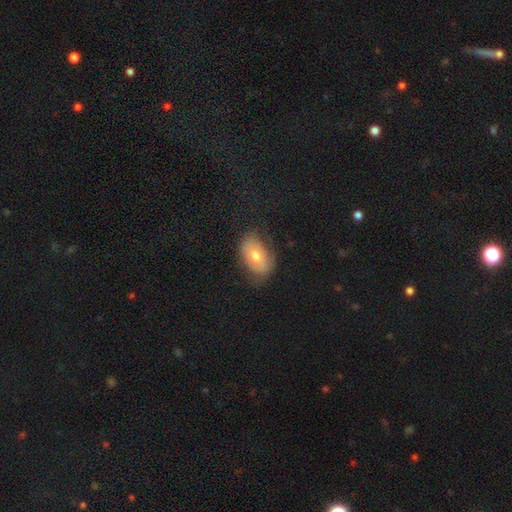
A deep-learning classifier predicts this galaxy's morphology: A smooth galaxy with no disk features (62%) that is in between round and cigar-shaped (86%). Merging: none (67%).